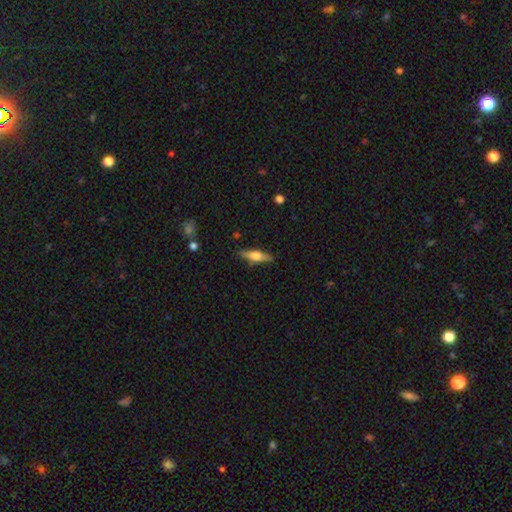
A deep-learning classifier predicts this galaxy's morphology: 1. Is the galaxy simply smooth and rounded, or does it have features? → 51% featured or disk, 43% smooth, 6% star or artifact.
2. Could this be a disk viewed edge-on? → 94% yes, 6% no.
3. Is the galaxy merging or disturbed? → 86% none, 10% minor disturbance, 2% major disturbance, 1% merger.